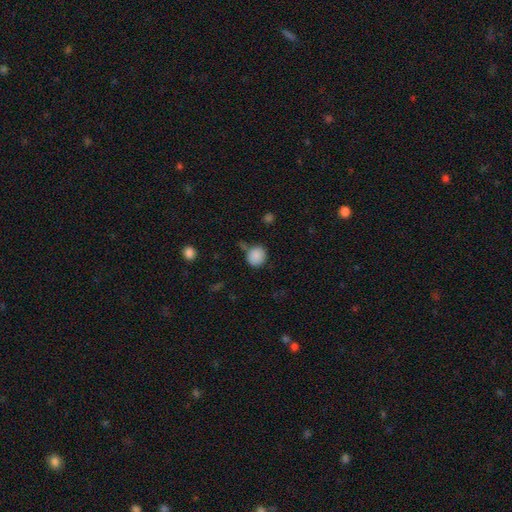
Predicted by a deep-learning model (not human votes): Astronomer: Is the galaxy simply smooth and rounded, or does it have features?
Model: smooth — 87%.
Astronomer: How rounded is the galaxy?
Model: round — 81%.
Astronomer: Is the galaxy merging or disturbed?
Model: none — 69%.